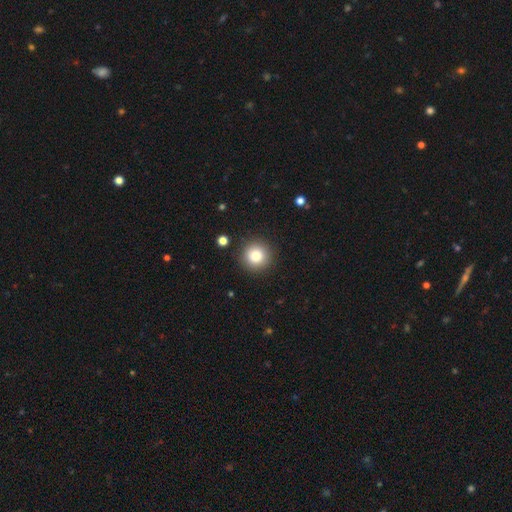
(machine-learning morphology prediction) smooth_or_featured: smooth (p=0.83) [alt: star or artifact p=0.10]
how_rounded: round (p=0.95) [alt: in between p=0.04]
merging: none (p=0.90) [alt: minor disturbance p=0.06]